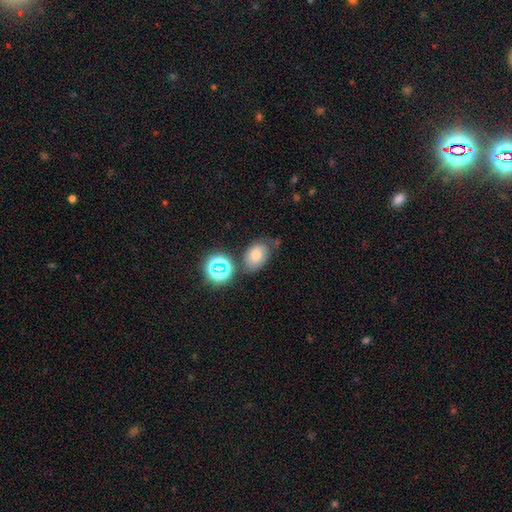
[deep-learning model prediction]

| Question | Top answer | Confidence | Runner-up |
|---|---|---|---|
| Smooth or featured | smooth | 66% | star or artifact (18%) |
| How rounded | in between | 76% | round (23%) |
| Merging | none | 56% | minor disturbance (26%) |